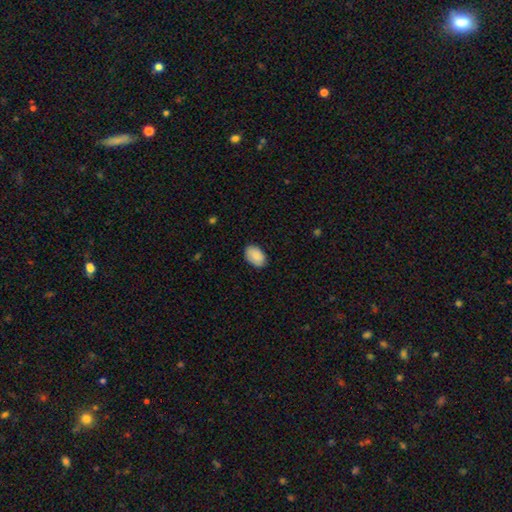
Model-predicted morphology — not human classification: Smooth or featured?
  - smooth: 88% *
  - star or artifact: 6%
  - featured or disk: 6%
How rounded?
  - in between: 89% *
  - round: 10%
  - cigar-shaped: 1%
Merging?
  - none: 84% *
  - minor disturbance: 13%
  - major disturbance: 2%
  - merger: 1%